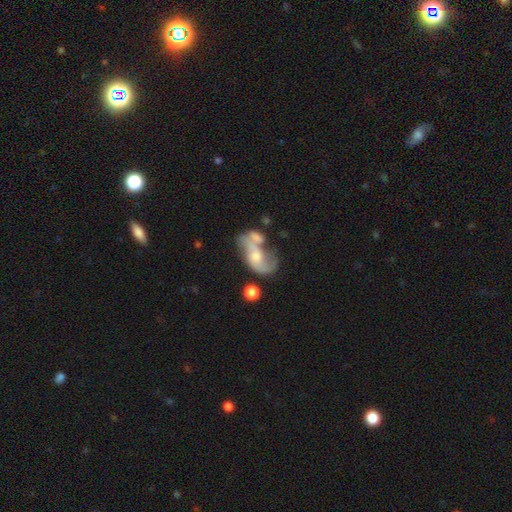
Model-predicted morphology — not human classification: Overall: featured or disk (63%; smooth 29%). Edge-on disk: no (95%). Bar: no (64%; weak 29%). Spiral arms: yes (70%). Bulge size: moderate (43%; small 32%). Merging: merger (37%; major disturbance 24%).